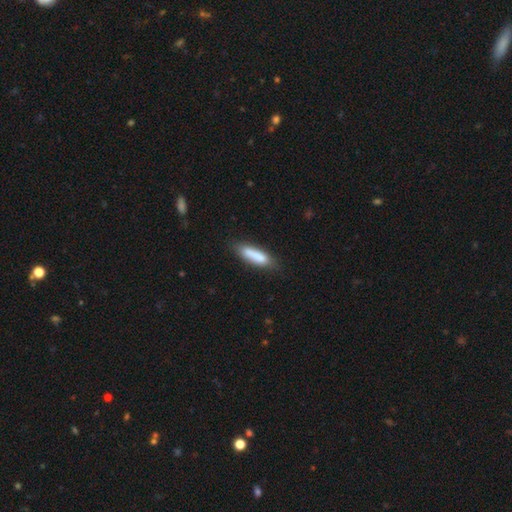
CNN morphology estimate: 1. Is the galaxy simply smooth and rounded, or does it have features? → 81% smooth, 12% featured or disk, 6% star or artifact.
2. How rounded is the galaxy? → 65% cigar-shaped, 33% in between, 2% round.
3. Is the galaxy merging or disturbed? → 73% none, 19% minor disturbance, 4% major disturbance, 4% merger.